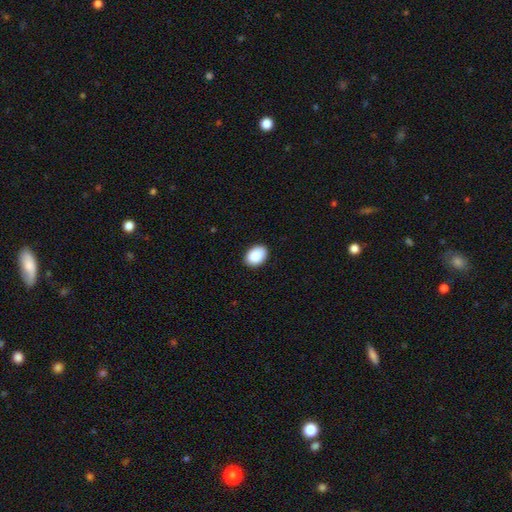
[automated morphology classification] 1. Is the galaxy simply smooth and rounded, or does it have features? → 90% smooth, 7% star or artifact, 3% featured or disk.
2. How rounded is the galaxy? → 78% in between, 21% round, 1% cigar-shaped.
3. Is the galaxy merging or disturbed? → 89% none, 8% minor disturbance, 2% major disturbance, 1% merger.